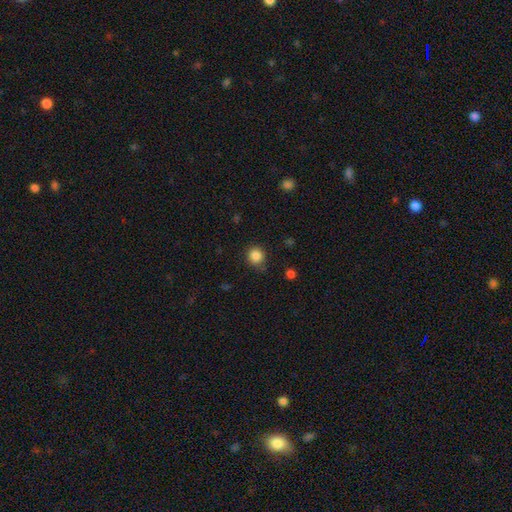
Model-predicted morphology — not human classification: Smooth or featured: smooth — 85% (star or artifact — 11%)
How rounded: round — 89% (in between — 10%)
Merging: none — 85% (minor disturbance — 10%)